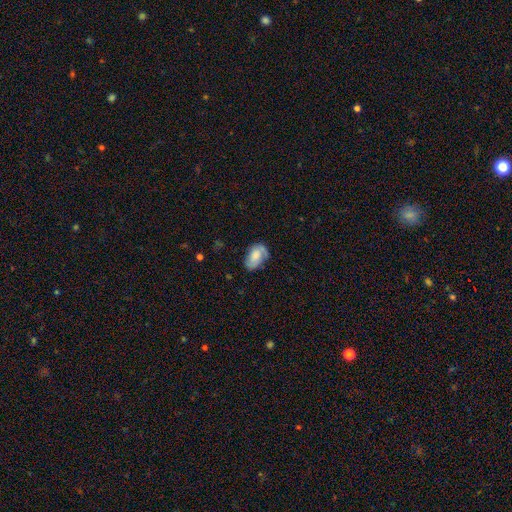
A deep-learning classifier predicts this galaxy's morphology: smooth-or-featured: smooth: 61% | featured or disk: 31% | star or artifact: 8%
  how-rounded: in between: 91% | round: 7% | cigar-shaped: 2%
  merging: none: 55% | minor disturbance: 31% | major disturbance: 11% | merger: 3%